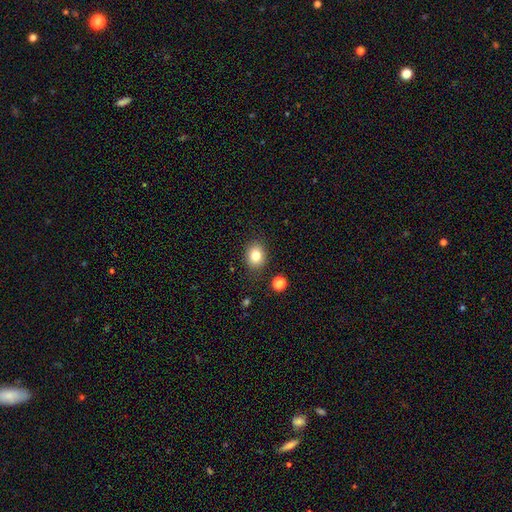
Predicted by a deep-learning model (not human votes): smooth_or_featured: smooth (p=0.82) [alt: star or artifact p=0.11]
how_rounded: round (p=0.59) [alt: in between p=0.40]
merging: none (p=0.85) [alt: minor disturbance p=0.10]